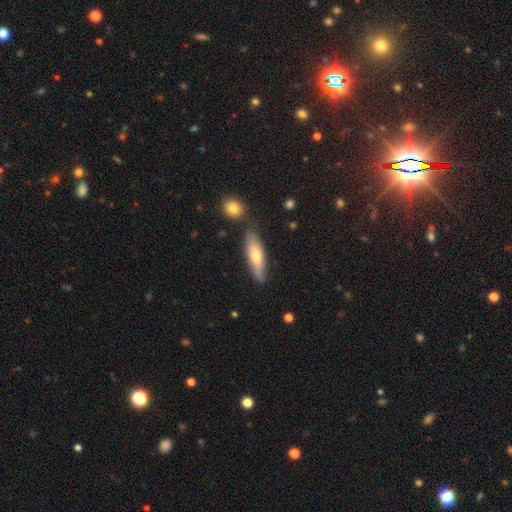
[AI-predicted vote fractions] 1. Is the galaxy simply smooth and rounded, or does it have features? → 58% smooth, 36% featured or disk, 6% star or artifact.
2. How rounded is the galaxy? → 58% cigar-shaped, 40% in between, 2% round.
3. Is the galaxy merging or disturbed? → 73% none, 16% minor disturbance, 7% merger, 3% major disturbance.